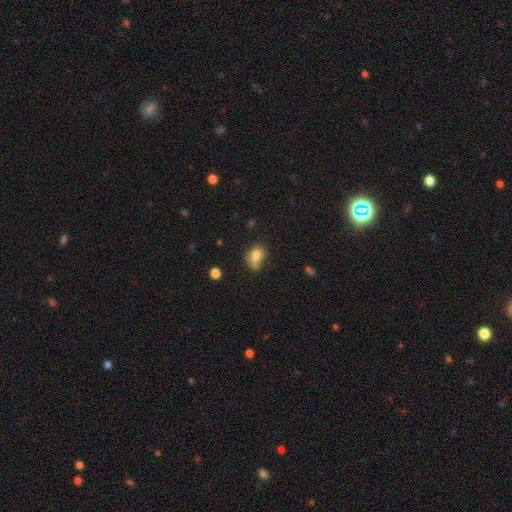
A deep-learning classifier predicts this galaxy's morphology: smooth_or_featured: smooth (p=0.77) [alt: featured or disk p=0.12]
how_rounded: in between (p=0.74) [alt: round p=0.24]
merging: none (p=0.40) [alt: minor disturbance p=0.29]